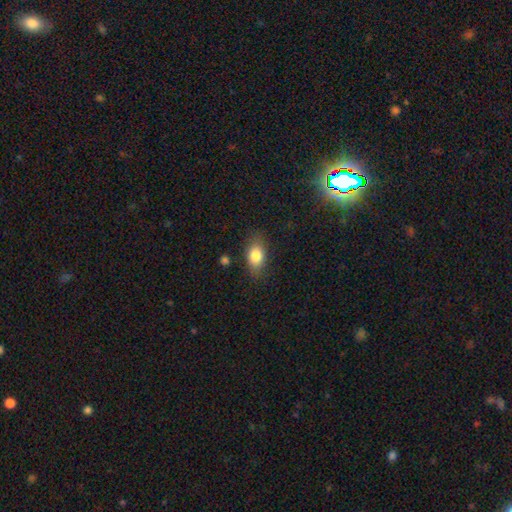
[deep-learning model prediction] This is clearly a smooth galaxy (81%). How rounded: clearly in between (83%). Merging: likely none (80%).